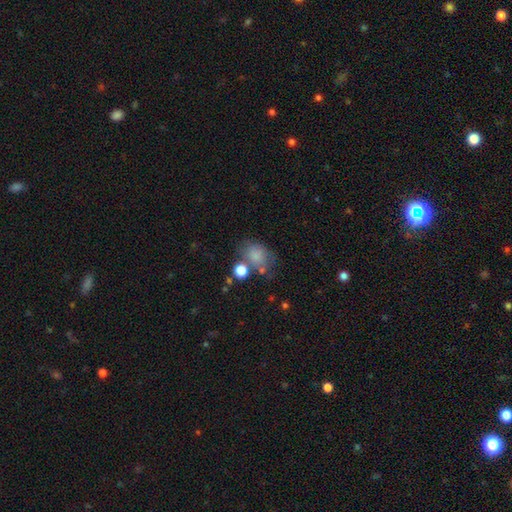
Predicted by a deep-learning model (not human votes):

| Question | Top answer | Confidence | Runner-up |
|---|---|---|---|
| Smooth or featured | smooth | 77% | star or artifact (12%) |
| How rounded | in between | 60% | round (39%) |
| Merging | none | 51% | minor disturbance (21%) |